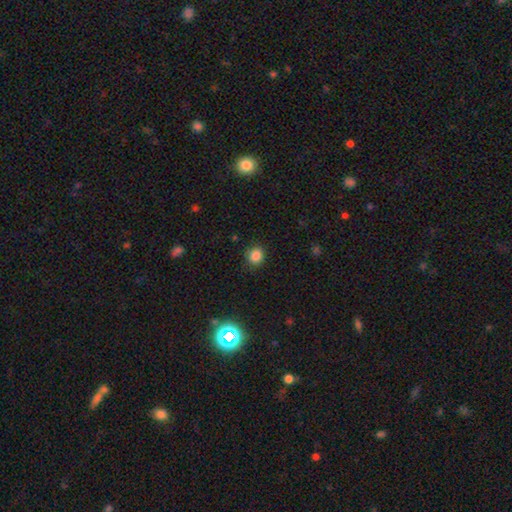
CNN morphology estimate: smooth 85%, star or artifact 12%, featured or disk 4%. Down the decision tree: how rounded — round (80%); merging — none (87%).